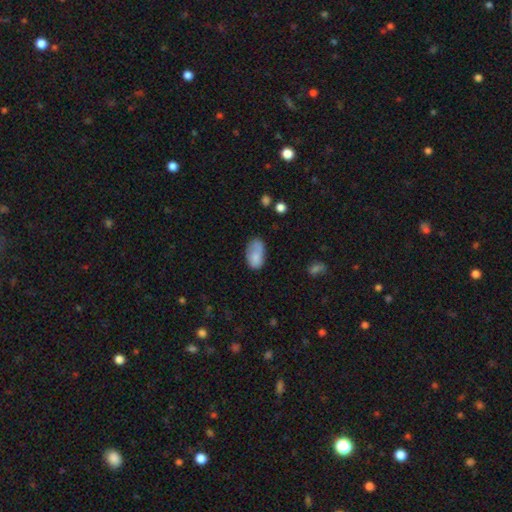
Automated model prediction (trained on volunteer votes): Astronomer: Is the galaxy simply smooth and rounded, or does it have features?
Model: smooth — 80%.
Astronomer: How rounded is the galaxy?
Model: in between — 94%.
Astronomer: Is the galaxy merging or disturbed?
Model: none — 53% (runner-up: minor disturbance, 30%).